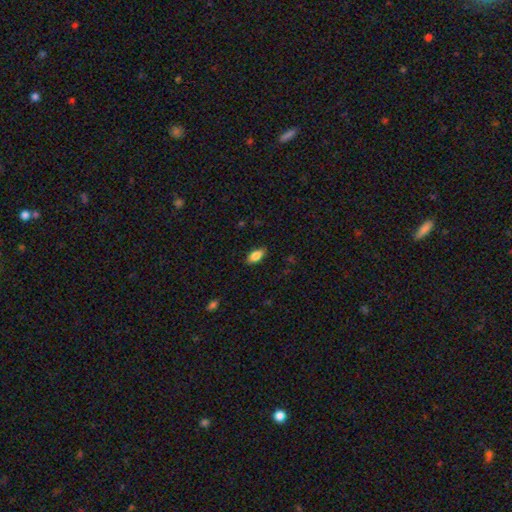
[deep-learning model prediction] Smooth or featured: smooth — 85% (star or artifact — 8%)
How rounded: in between — 90% (cigar-shaped — 7%)
Merging: none — 85% (minor disturbance — 12%)